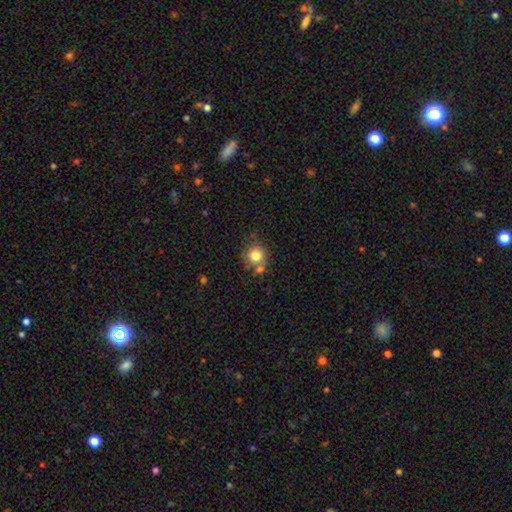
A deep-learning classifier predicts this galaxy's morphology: Overall: smooth (80%). How rounded: round (90%). Merging: none (65%).